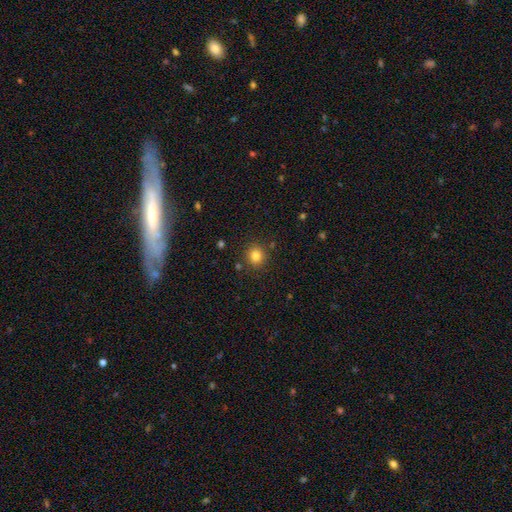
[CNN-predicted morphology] Smooth or featured?
  - smooth: 81% *
  - star or artifact: 12%
  - featured or disk: 6%
How rounded?
  - round: 86% *
  - in between: 13%
  - cigar-shaped: 1%
Merging?
  - none: 86% *
  - minor disturbance: 8%
  - merger: 3%
  - major disturbance: 3%